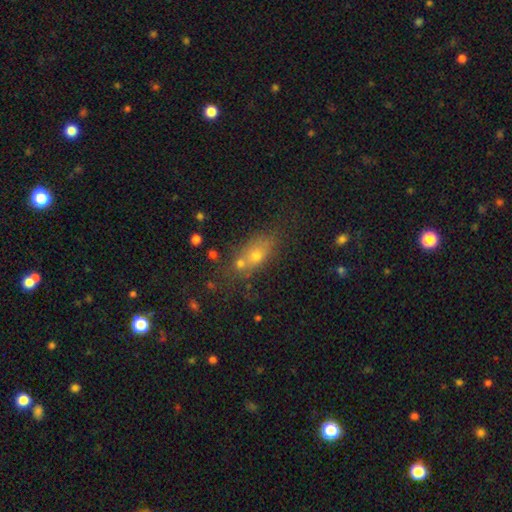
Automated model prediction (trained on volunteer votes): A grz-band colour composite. It shows a smooth galaxy with no disk features (62%) that is in between round and cigar-shaped (61%). Merging: none (50%).